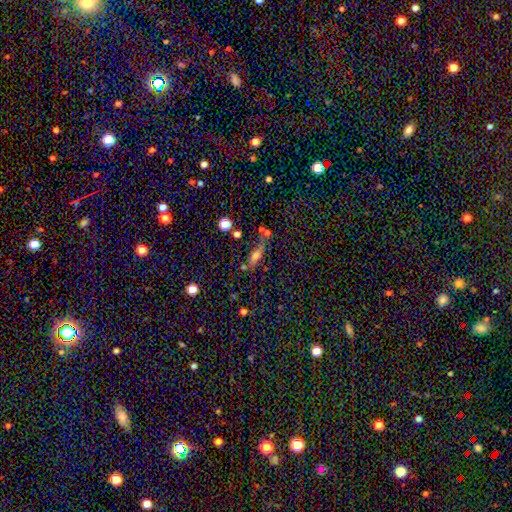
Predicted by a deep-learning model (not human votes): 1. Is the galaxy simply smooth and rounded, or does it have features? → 60% smooth, 26% featured or disk, 14% star or artifact.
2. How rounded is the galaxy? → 52% in between, 40% cigar-shaped, 8% round.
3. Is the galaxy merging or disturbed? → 54% none, 19% minor disturbance, 17% merger, 9% major disturbance.